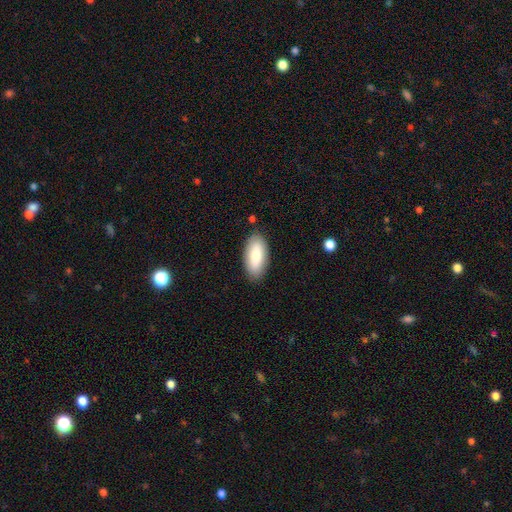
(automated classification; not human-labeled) Smooth or featured? Predicted: smooth (p=0.78). How rounded? Predicted: in between (p=0.89). Merging? Predicted: none (p=0.86).